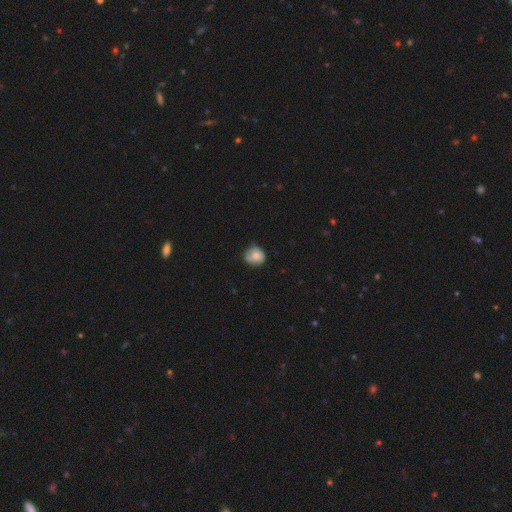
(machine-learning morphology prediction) This appears to be a smooth galaxy with no disk features (76%) that is round (75%). Merging: none (61%).